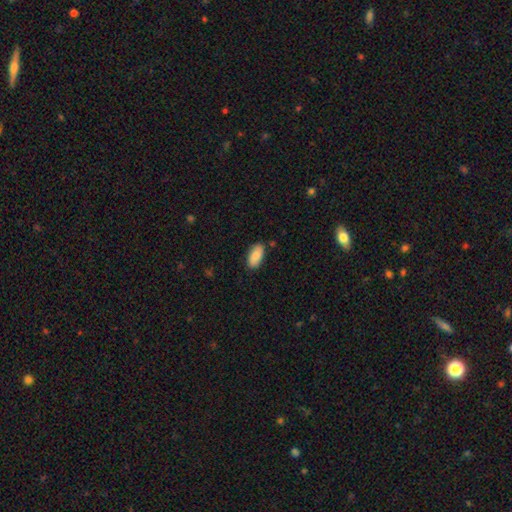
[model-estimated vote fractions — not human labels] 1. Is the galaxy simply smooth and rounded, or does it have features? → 86% smooth, 8% featured or disk, 6% star or artifact.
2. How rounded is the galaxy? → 93% in between, 5% cigar-shaped, 2% round.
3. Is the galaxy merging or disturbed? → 83% none, 12% minor disturbance, 2% major disturbance, 2% merger.